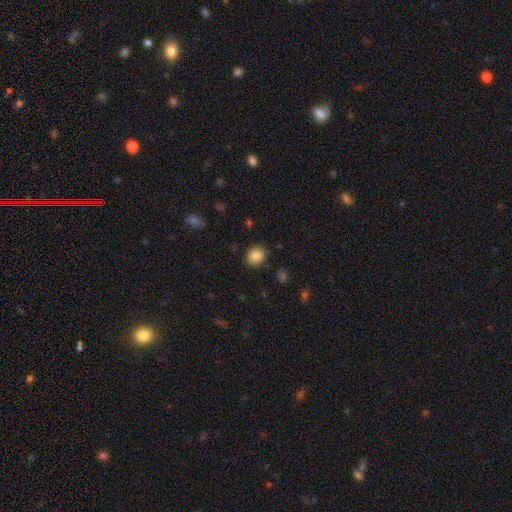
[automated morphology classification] Q: Smooth or featured?
A: smooth (85%); runner-up: star or artifact (9%)
Q: How rounded?
A: round (66%); runner-up: in between (33%)
Q: Merging?
A: none (85%); runner-up: minor disturbance (11%)